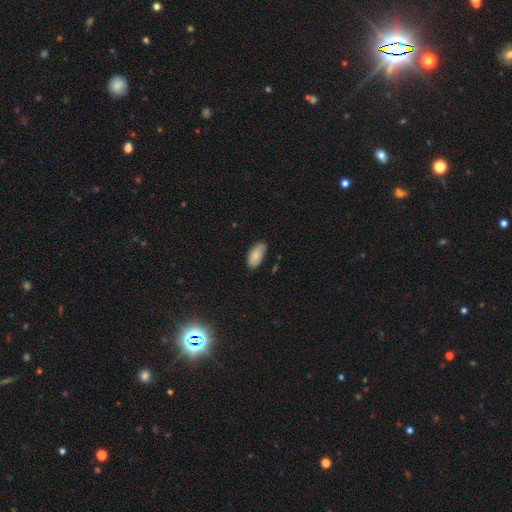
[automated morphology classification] Smooth or featured? Predicted: smooth (p=0.83). How rounded? Predicted: in between (p=0.93). Merging? Predicted: none (p=0.73).